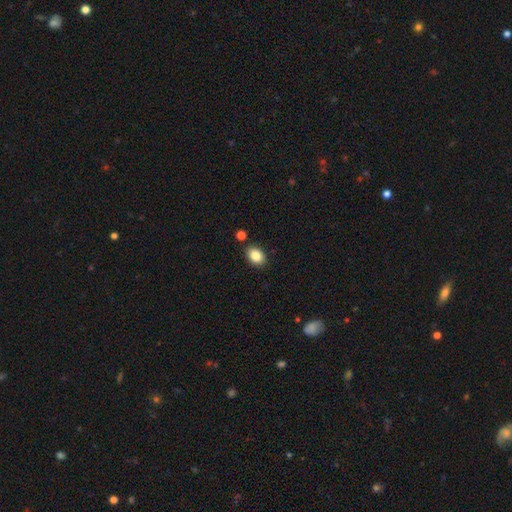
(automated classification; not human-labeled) Smooth or featured? Predicted: smooth (p=0.86). How rounded? Predicted: in between (p=0.75). Merging? Predicted: none (p=0.85).